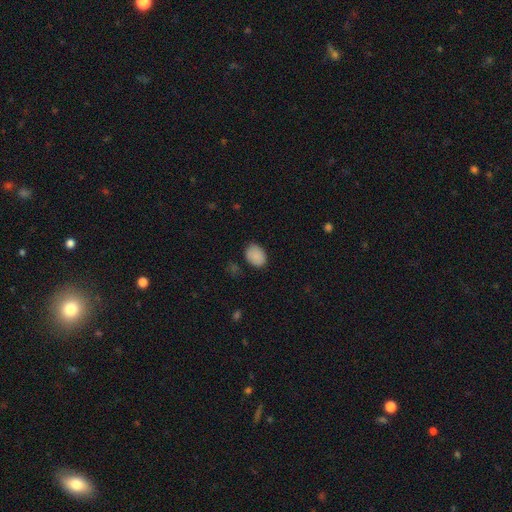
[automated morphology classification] A smooth galaxy with no disk features (88%) that is in between round and cigar-shaped (75%).

Vote fractions:
- Smooth or featured? smooth: 88% / star or artifact: 8% / featured or disk: 4%
- How rounded? in between: 75% / round: 24% / cigar-shaped: 1%
- Merging? none: 81% / minor disturbance: 14% / major disturbance: 3% / merger: 2%